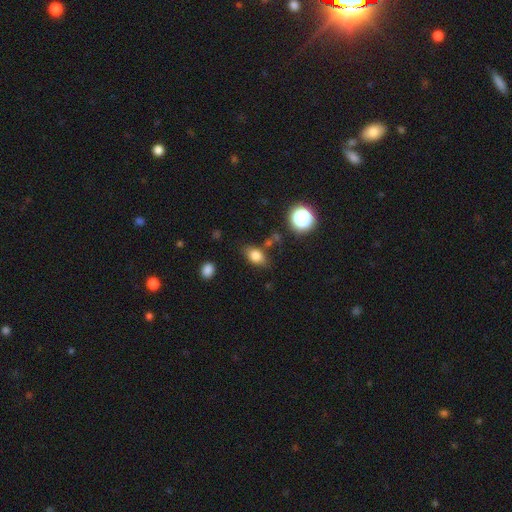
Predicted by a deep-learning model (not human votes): smooth-or-featured: smooth: 80% | star or artifact: 11% | featured or disk: 9%
  how-rounded: in between: 79% | round: 18% | cigar-shaped: 3%
  merging: none: 73% | minor disturbance: 18% | merger: 5% | major disturbance: 5%